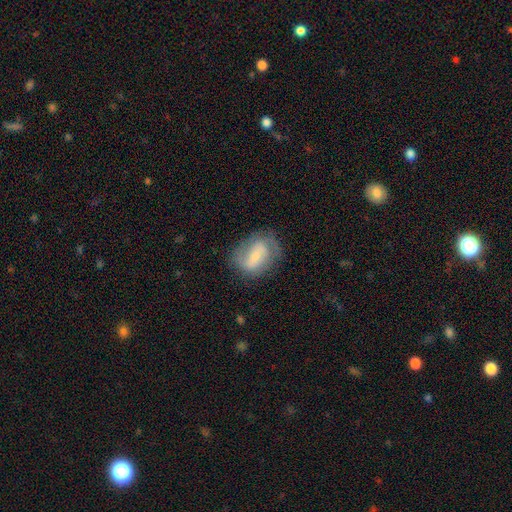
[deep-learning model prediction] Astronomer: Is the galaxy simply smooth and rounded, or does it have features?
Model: featured or disk — 56% (runner-up: smooth, 36%).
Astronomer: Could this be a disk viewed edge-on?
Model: no — 96%.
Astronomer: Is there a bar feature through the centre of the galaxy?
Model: weak — 46% (runner-up: no, 28%).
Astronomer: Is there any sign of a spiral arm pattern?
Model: yes — 80%.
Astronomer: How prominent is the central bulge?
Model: small — 49% (runner-up: moderate, 33%).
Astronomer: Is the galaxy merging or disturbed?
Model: none — 63%.